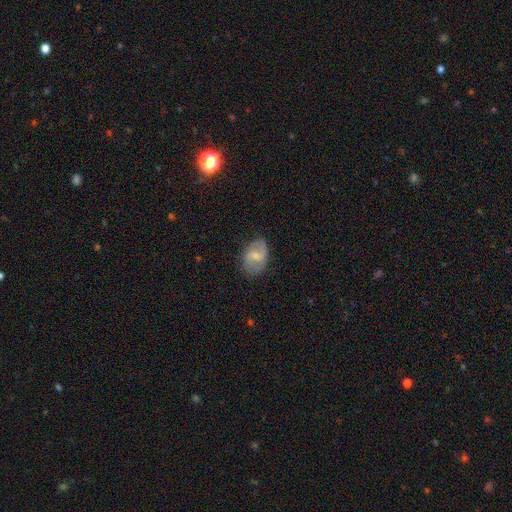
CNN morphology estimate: smooth-or-featured: featured or disk: 52% | smooth: 42% | star or artifact: 7%
  disk-edge-on: no: 96% | yes: 4%
  merging: none: 74% | minor disturbance: 19% | major disturbance: 6% | merger: 1%